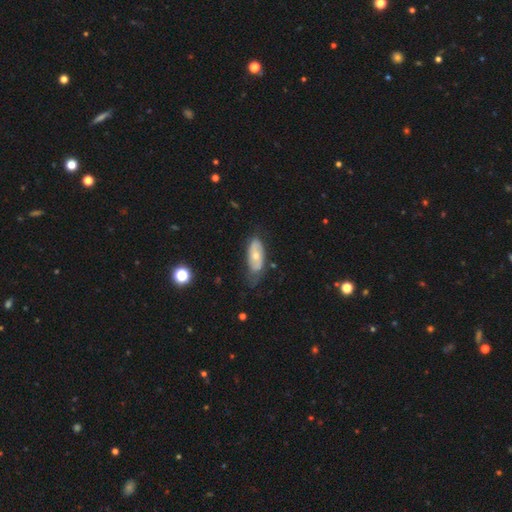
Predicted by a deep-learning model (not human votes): This appears to be a featured or disk galaxy (49%). Merging: none (55%).